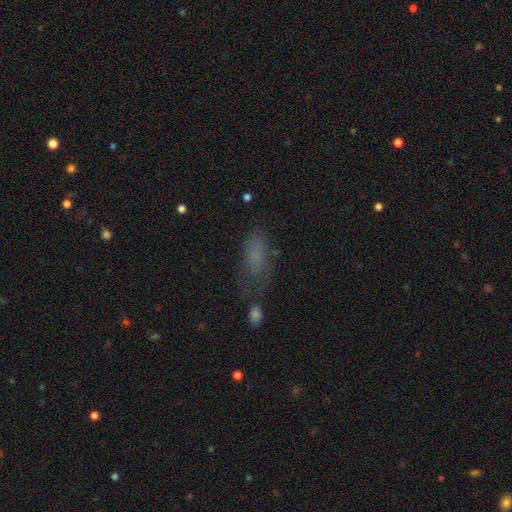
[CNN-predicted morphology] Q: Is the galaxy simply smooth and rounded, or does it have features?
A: smooth — 67%.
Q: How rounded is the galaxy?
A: in between — 76%.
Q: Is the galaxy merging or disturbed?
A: none — 47%.